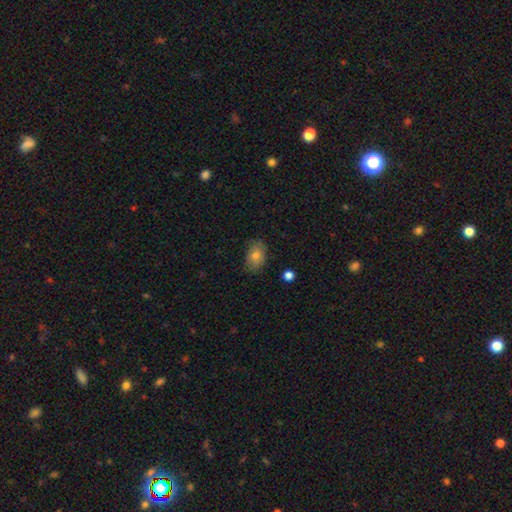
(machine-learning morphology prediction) A smooth galaxy with no disk features (79%) that is in between round and cigar-shaped (83%). Merging: none (82%).